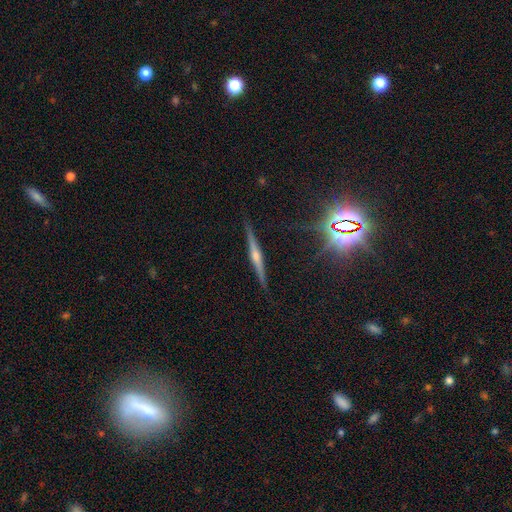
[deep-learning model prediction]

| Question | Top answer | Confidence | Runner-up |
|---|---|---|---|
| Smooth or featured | featured or disk | 70% | smooth (16%) |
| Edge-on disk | yes | 98% | no (2%) |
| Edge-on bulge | rounded | 81% | none (11%) |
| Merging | none | 89% | minor disturbance (8%) |